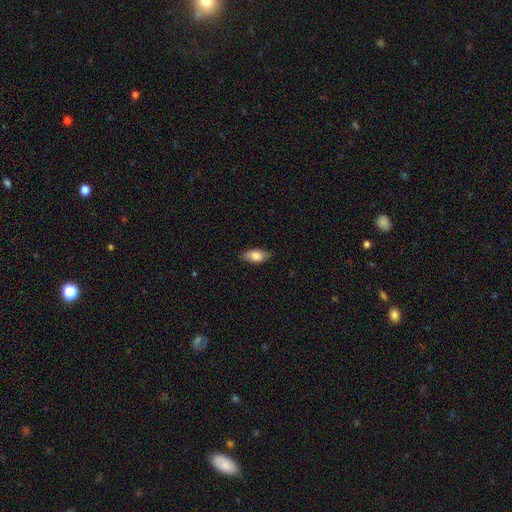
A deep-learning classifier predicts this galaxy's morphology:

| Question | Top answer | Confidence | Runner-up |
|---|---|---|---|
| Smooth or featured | smooth | 79% | featured or disk (14%) |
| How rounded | in between | 87% | cigar-shaped (9%) |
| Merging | none | 81% | minor disturbance (15%) |